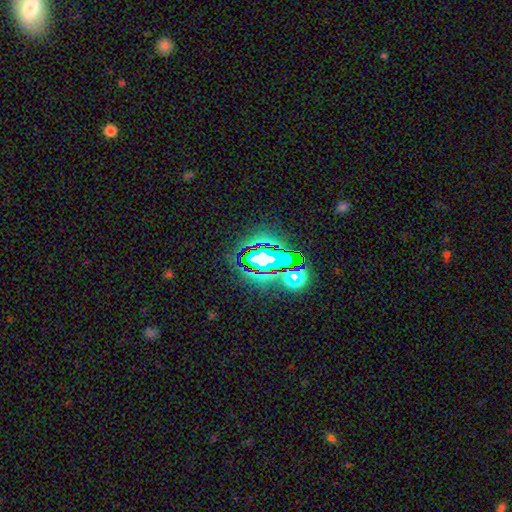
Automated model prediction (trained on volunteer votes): Smooth or featured? Predicted: star or artifact (p=0.68).